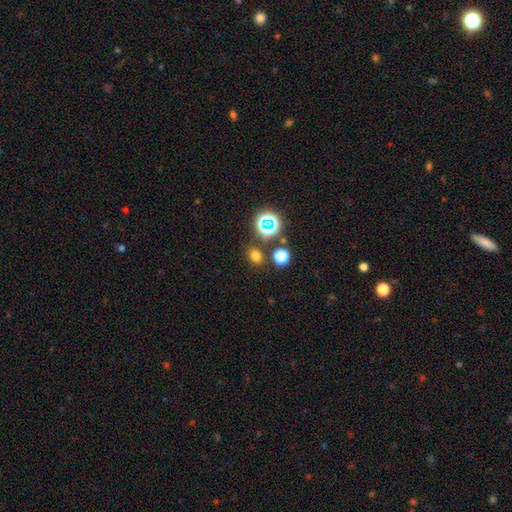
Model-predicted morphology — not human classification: Smooth or featured?
  - smooth: 69% *
  - star or artifact: 25%
  - featured or disk: 6%
How rounded?
  - round: 57% *
  - in between: 42%
  - cigar-shaped: 1%
Merging?
  - none: 81% *
  - minor disturbance: 9%
  - merger: 7%
  - major disturbance: 3%